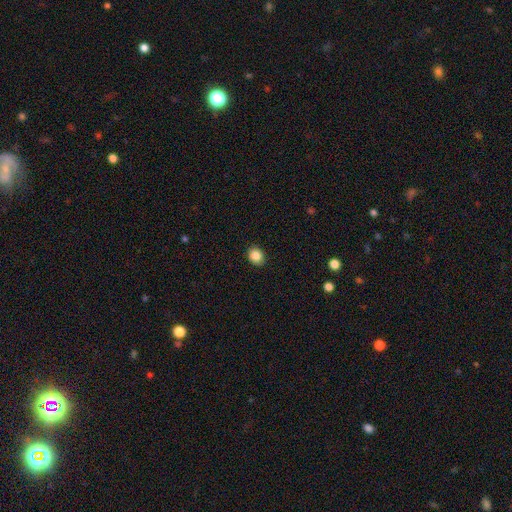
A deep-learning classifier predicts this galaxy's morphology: The model was most divided on "how rounded": round: 61%, in between: 38%, cigar-shaped: 1%. More confident: merging — none (90%); smooth or featured — smooth (87%).